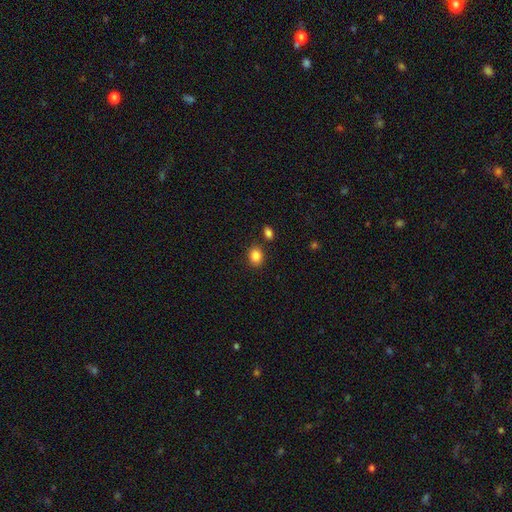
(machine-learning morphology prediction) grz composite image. It shows a smooth galaxy with no disk features (86%) that is round (52%). Merging: none (82%).